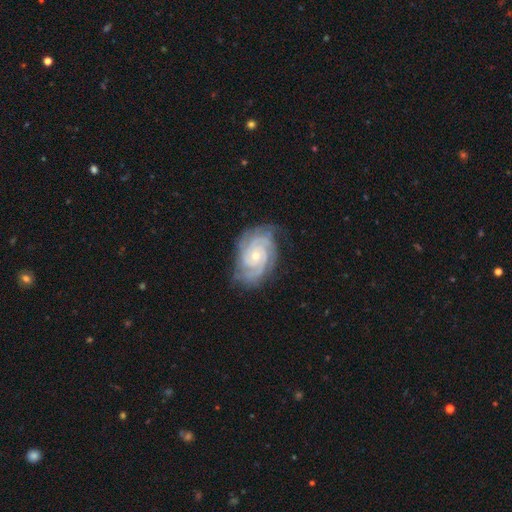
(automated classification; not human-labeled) smooth_or_featured: featured or disk (p=0.91) [alt: star or artifact p=0.05]
disk_edge_on: no (p=0.97) [alt: yes p=0.03]
bar: no (p=0.72) [alt: weak p=0.22]
has_spiral_arms: yes (p=0.99) [alt: no p=0.01]
spiral_winding: tight (p=0.76) [alt: medium p=0.21]
spiral_arm_count: 3 (p=0.34) [alt: 4 p=0.23]
bulge_size: small (p=0.67) [alt: moderate p=0.30]
merging: none (p=0.79) [alt: minor disturbance p=0.16]